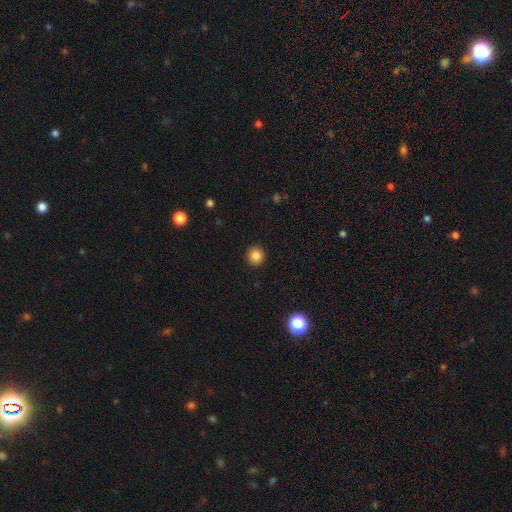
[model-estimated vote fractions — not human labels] A smooth galaxy with no disk features (85%) that is round (93%). Merging: none (93%).